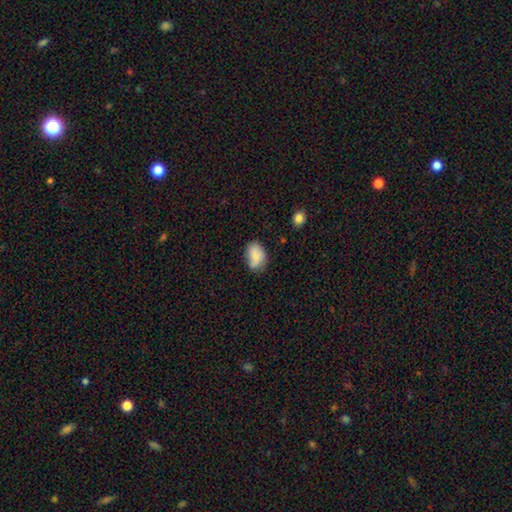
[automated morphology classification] smooth_or_featured: smooth (p=0.82) [alt: featured or disk p=0.10]
how_rounded: in between (p=0.83) [alt: round p=0.15]
merging: none (p=0.64) [alt: minor disturbance p=0.27]